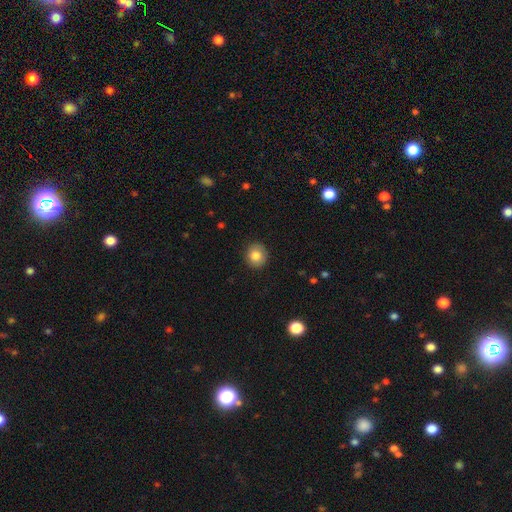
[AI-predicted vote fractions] Smooth or featured? Predicted: smooth (p=0.83). How rounded? Predicted: round (p=0.88). Merging? Predicted: none (p=0.89).